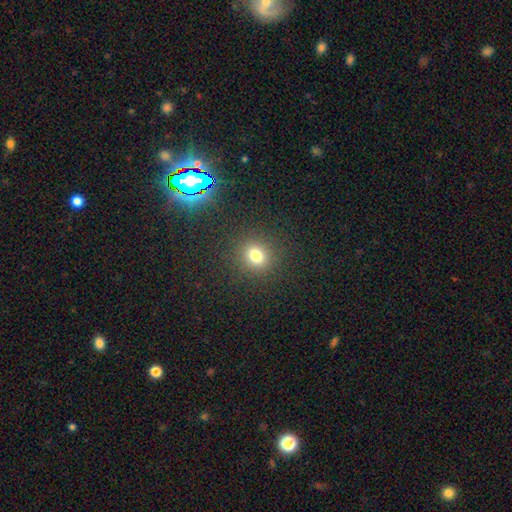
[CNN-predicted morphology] This is likely a smooth galaxy (76%). How rounded: clearly round (81%). Merging: clearly none (89%).